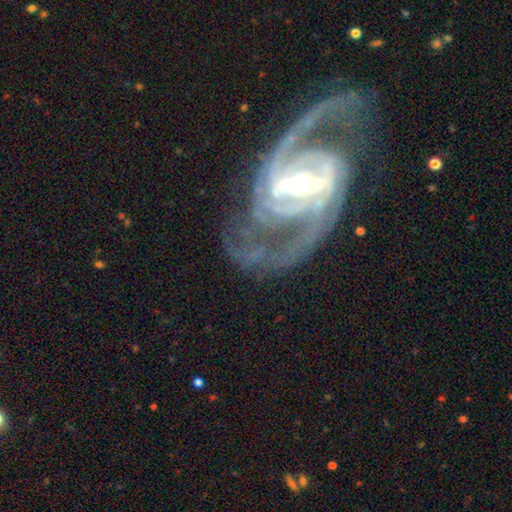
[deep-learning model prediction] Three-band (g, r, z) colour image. It shows a featured or disk galaxy (92%) with a strong bar (68%), 2 (78%) medium (55%) spiral arms (98%) and a small central bulge (55%). Merging: none (69%).